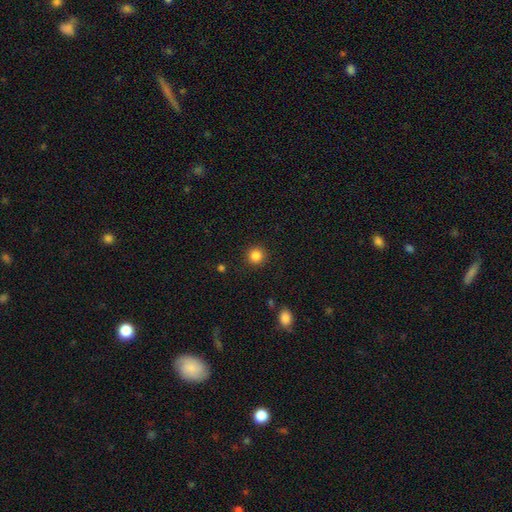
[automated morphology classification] This appears to be a smooth galaxy with no disk features (86%) that is round (95%). Merging: none (91%).